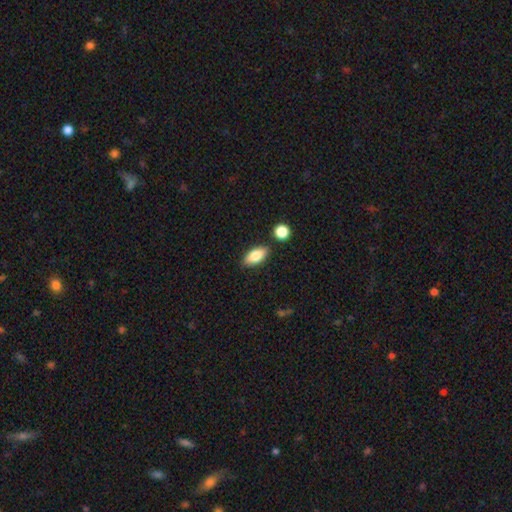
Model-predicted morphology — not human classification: type=smooth (82%); roundness=in between (87%); merging=none (83%).